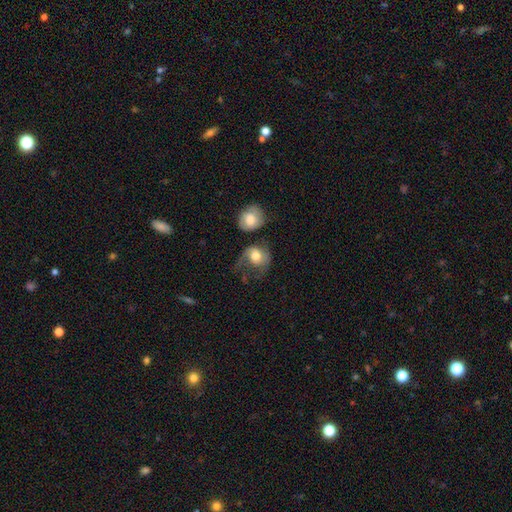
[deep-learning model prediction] This appears to be a smooth galaxy with no disk features (59%) that is round (66%). Merging: major disturbance (43%).